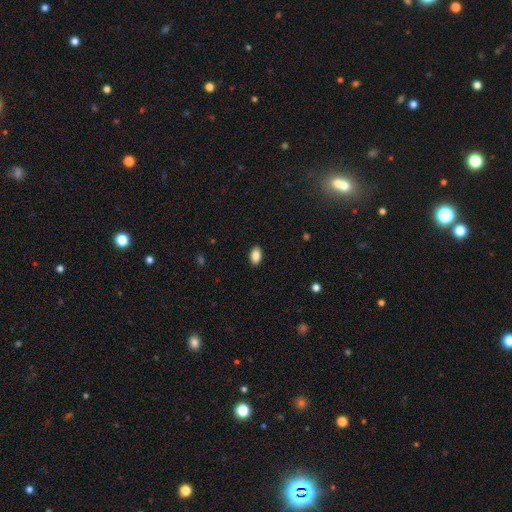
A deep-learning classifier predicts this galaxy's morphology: Smooth or featured? smooth (86%)
How rounded? in between (90%)
Merging? none (89%)